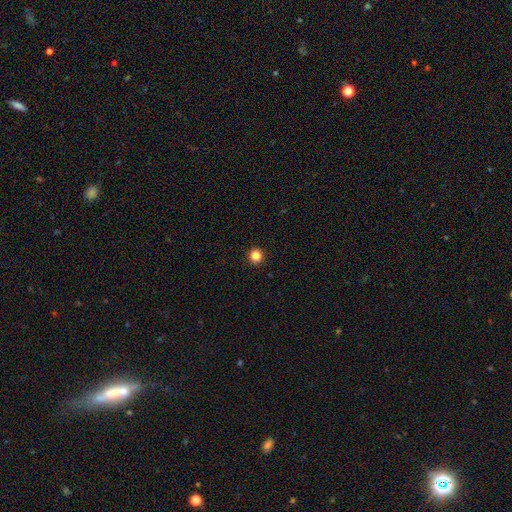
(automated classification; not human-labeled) Smooth or featured?
  - smooth: 85% *
  - star or artifact: 12%
  - featured or disk: 4%
How rounded?
  - round: 95% *
  - in between: 4%
  - cigar-shaped: 1%
Merging?
  - none: 93% *
  - minor disturbance: 4%
  - major disturbance: 1%
  - merger: 1%